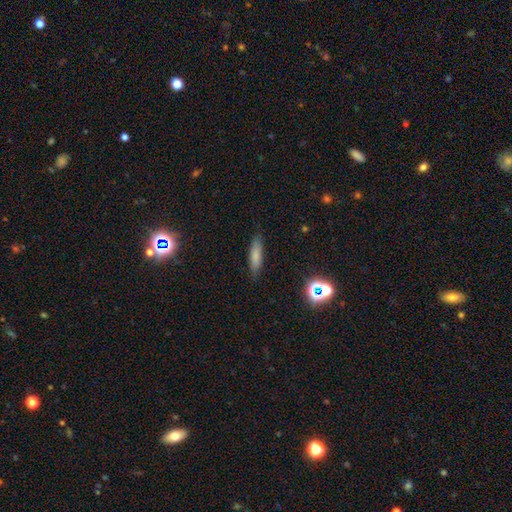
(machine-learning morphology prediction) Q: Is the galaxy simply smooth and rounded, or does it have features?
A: smooth — 77%.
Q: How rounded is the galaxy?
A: cigar-shaped — 66%.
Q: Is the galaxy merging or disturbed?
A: none — 85%.